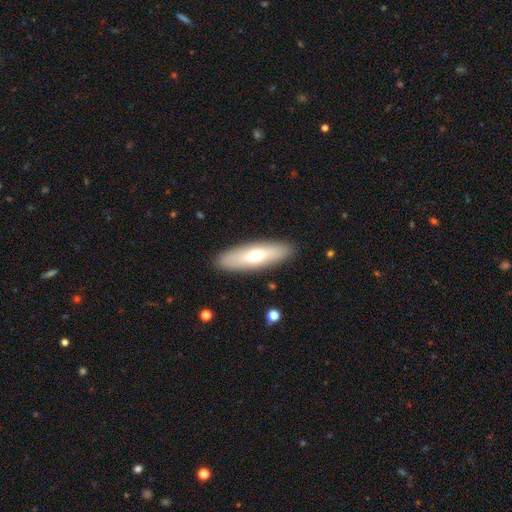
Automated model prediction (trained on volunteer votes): Smooth or featured?
  - smooth: 61% *
  - featured or disk: 34%
  - star or artifact: 6%
How rounded?
  - cigar-shaped: 50% *
  - in between: 48%
  - round: 2%
Merging?
  - none: 90% *
  - minor disturbance: 7%
  - major disturbance: 2%
  - merger: 1%